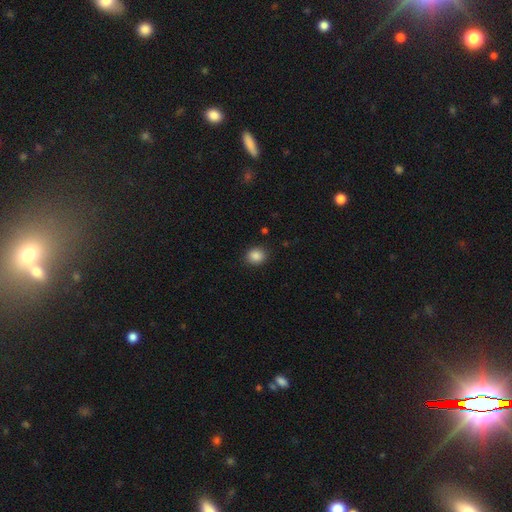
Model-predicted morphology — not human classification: This is clearly a smooth galaxy (87%). How rounded: likely round (67%). Merging: clearly none (88%).